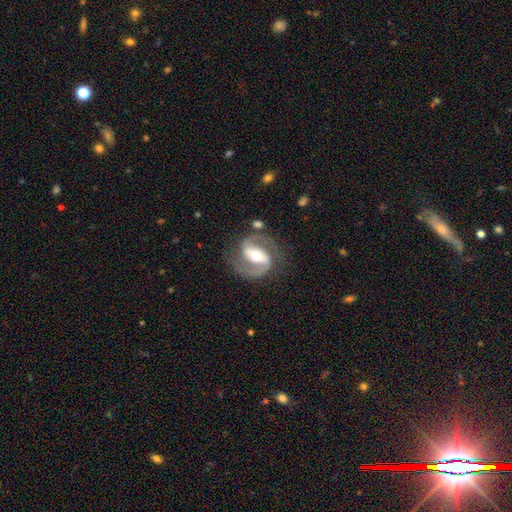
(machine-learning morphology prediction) Smooth or featured? featured or disk (91%)
Edge-on disk? no (98%)
Bar? strong (48%)
Spiral arms? yes (97%)
Spiral winding? medium (60%)
Spiral arm count? 2 (93%)
Bulge size? moderate (70%)
Merging? none (79%)